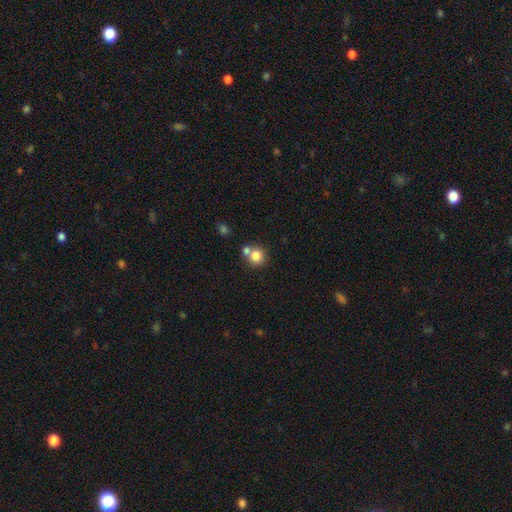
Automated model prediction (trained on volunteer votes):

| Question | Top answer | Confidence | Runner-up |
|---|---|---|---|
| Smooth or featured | smooth | 81% | star or artifact (10%) |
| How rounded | round | 89% | in between (10%) |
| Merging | none | 55% | merger (33%) |